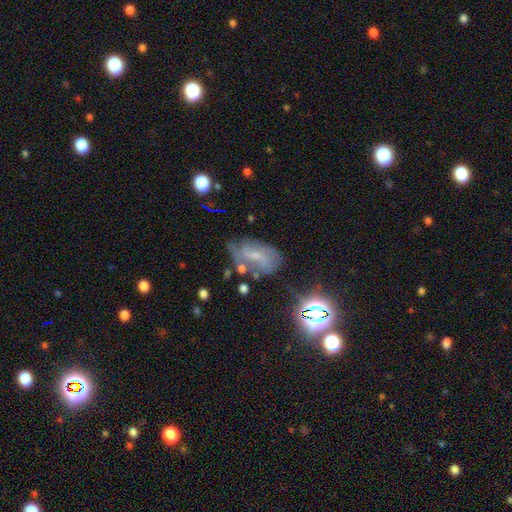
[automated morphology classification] The model was most divided on "bar": weak: 48%, no: 39%, strong: 13%. More confident: edge-on disk — no (95%); spiral arms — yes (81%); smooth or featured — featured or disk (62%); bulge size — small (57%); merging — none (55%).